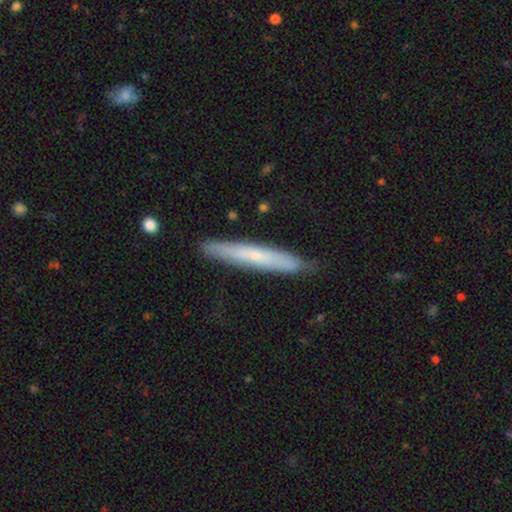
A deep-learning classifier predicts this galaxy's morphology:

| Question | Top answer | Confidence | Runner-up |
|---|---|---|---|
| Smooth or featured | smooth | 49% | featured or disk (45%) |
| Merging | none | 84% | minor disturbance (12%) |